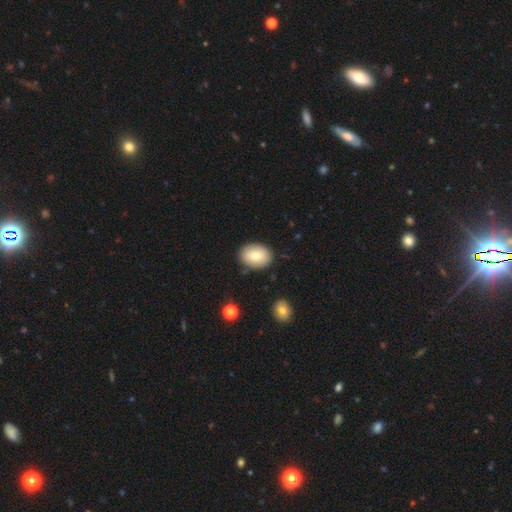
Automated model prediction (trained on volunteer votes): Smooth or featured: smooth — 78% (featured or disk — 14%)
How rounded: in between — 70% (round — 30%)
Merging: none — 84% (minor disturbance — 11%)